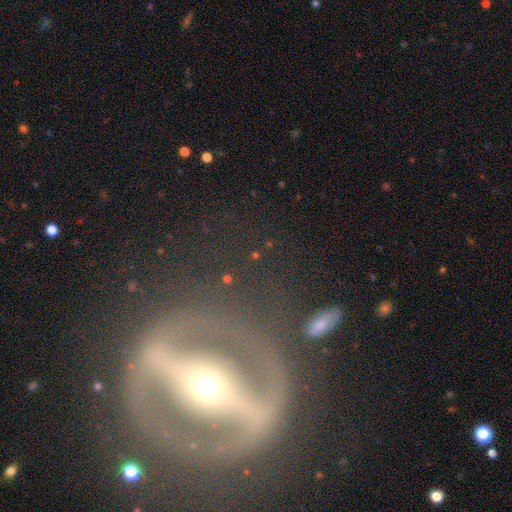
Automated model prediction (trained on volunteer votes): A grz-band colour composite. It shows a star or artifact, not a galaxy (41%).